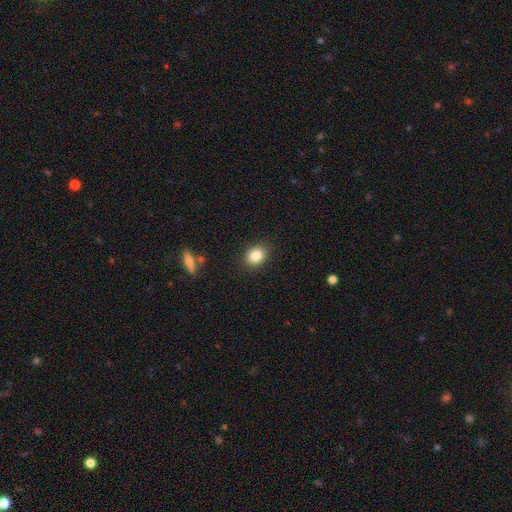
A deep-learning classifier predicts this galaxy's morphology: smooth-or-featured: smooth: 85% | star or artifact: 9% | featured or disk: 6%
  how-rounded: round: 52% | in between: 47% | cigar-shaped: 1%
  merging: none: 88% | minor disturbance: 8% | major disturbance: 2% | merger: 1%